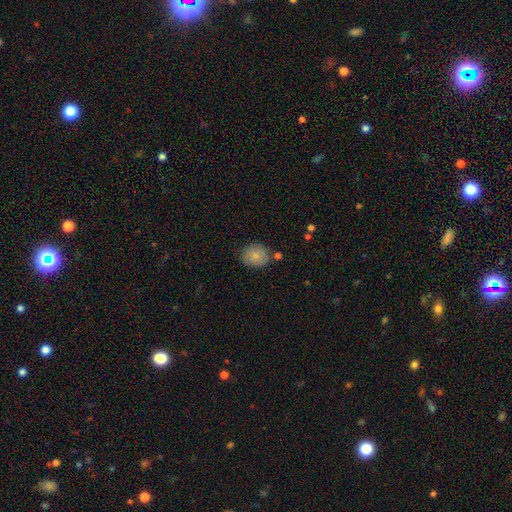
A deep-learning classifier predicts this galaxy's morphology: Q: Smooth or featured?
A: smooth (81%); runner-up: featured or disk (11%)
Q: How rounded?
A: round (69%); runner-up: in between (30%)
Q: Merging?
A: none (75%); runner-up: minor disturbance (16%)